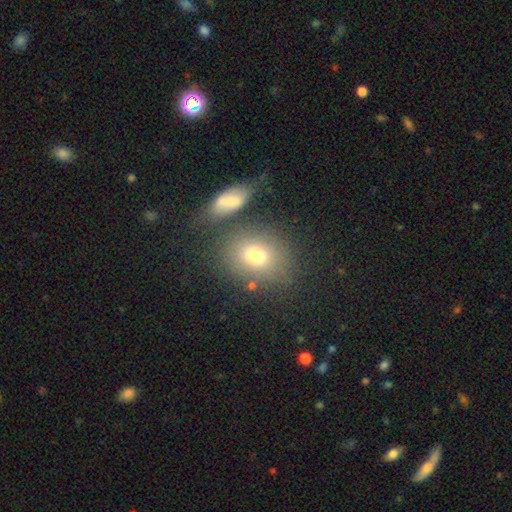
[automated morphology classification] Smooth or featured: smooth — 75% (featured or disk — 14%)
How rounded: in between — 50% (round — 48%)
Merging: none — 66% (merger — 14%)